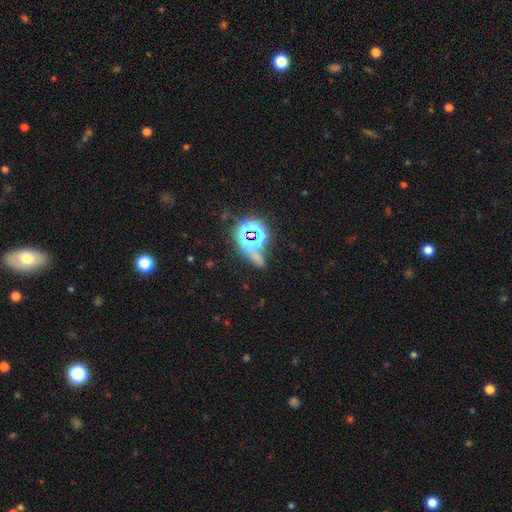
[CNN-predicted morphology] type=star or artifact (60%).